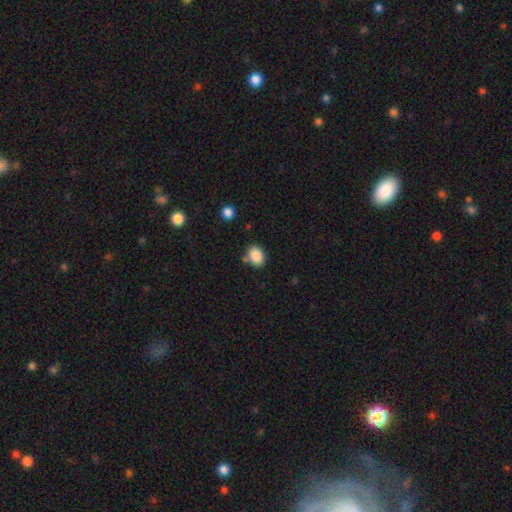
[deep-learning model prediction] Morphology: type=smooth (87%); roundness=in between (60%); merging=none (74%).